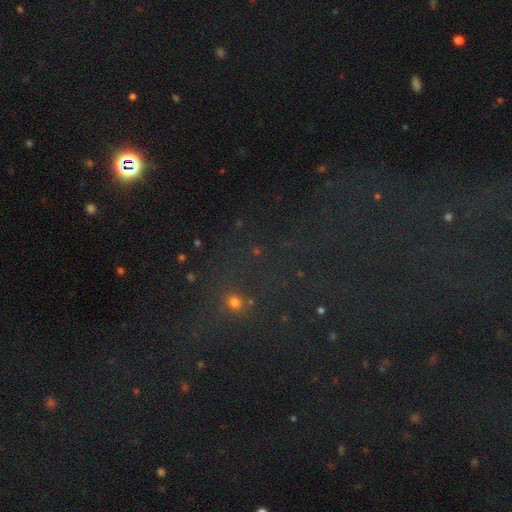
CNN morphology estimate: Overall: star or artifact (69%).